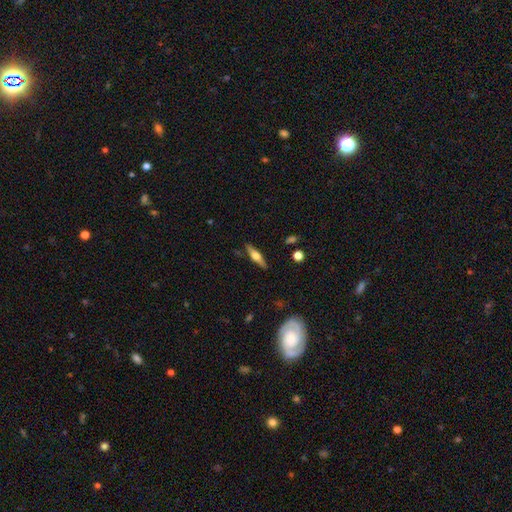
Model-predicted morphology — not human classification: Overall: featured or disk (61%; smooth 33%). Edge-on disk: yes (95%). Edge-on bulge: rounded (89%). Merging: none (87%).